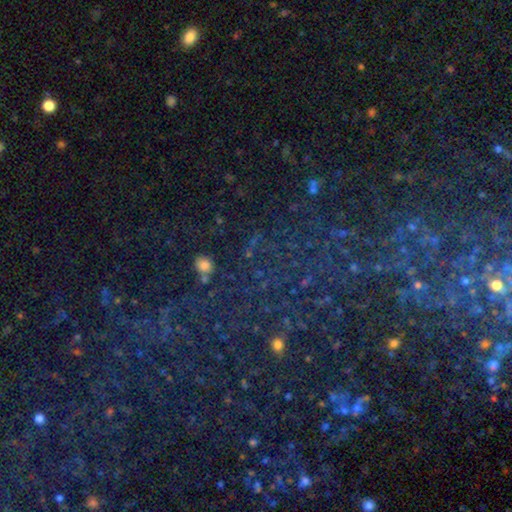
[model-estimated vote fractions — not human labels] Smooth or featured? Predicted: star or artifact (p=0.75).